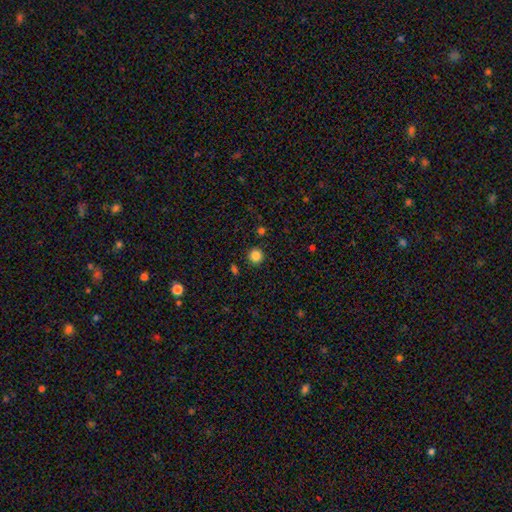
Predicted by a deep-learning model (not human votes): Smooth or featured: smooth — 85% (star or artifact — 11%)
How rounded: round — 94% (in between — 5%)
Merging: none — 90% (minor disturbance — 6%)